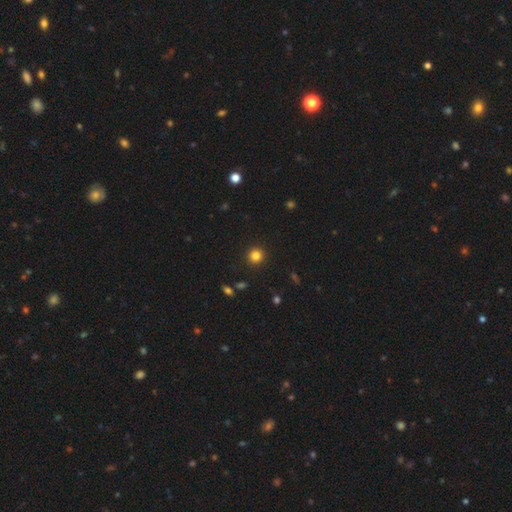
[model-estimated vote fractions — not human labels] Smooth or featured? Predicted: smooth (p=0.83). How rounded? Predicted: round (p=0.94). Merging? Predicted: none (p=0.92).